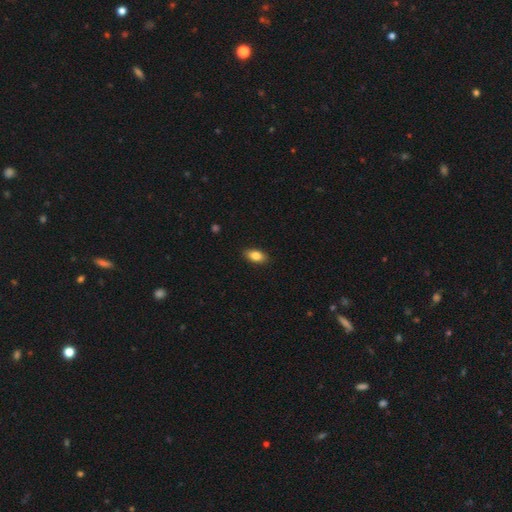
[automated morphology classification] Smooth or featured: smooth — 85% (star or artifact — 8%)
How rounded: in between — 90% (round — 5%)
Merging: none — 89% (minor disturbance — 9%)